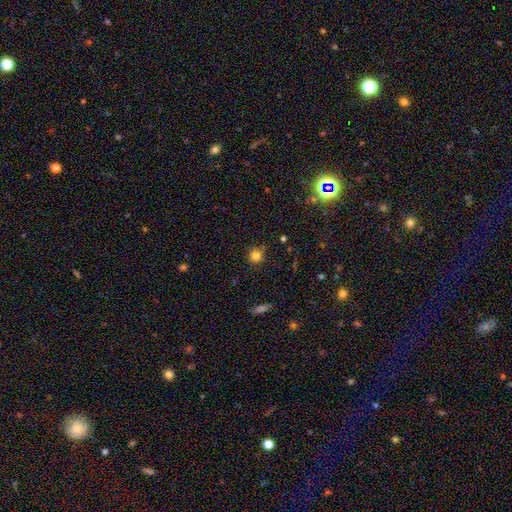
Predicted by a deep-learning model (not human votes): A smooth galaxy with no disk features (81%) that is round (93%).

Vote fractions:
- Smooth or featured? smooth: 81% / star or artifact: 13% / featured or disk: 6%
- How rounded? round: 93% / in between: 6% / cigar-shaped: 1%
- Merging? none: 85% / minor disturbance: 10% / merger: 3% / major disturbance: 3%